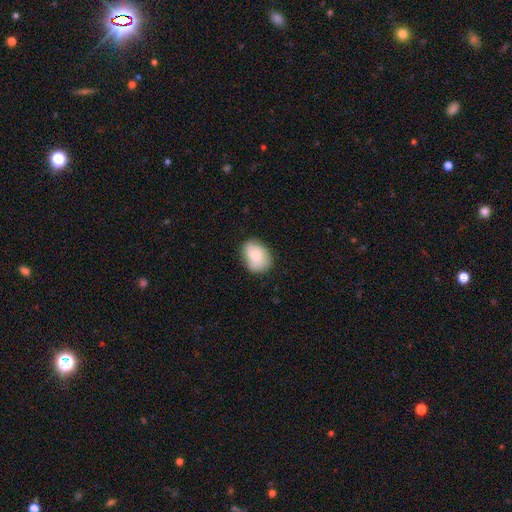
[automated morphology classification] This appears to be a smooth galaxy with no disk features (76%) that is in between round and cigar-shaped (68%). Merging: none (71%).